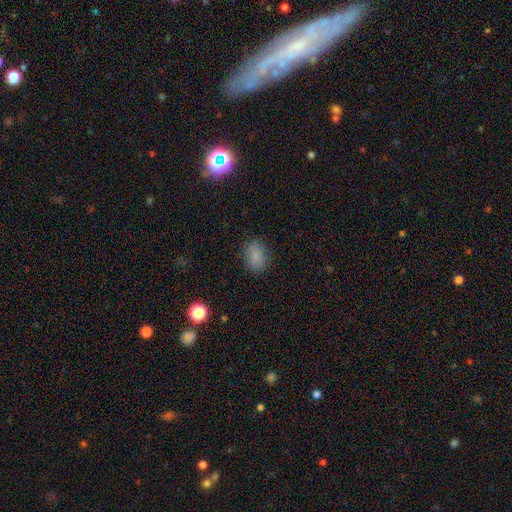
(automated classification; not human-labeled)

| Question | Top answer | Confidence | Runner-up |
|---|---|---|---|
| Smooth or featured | smooth | 84% | star or artifact (12%) |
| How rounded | in between | 74% | round (25%) |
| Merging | none | 83% | minor disturbance (13%) |